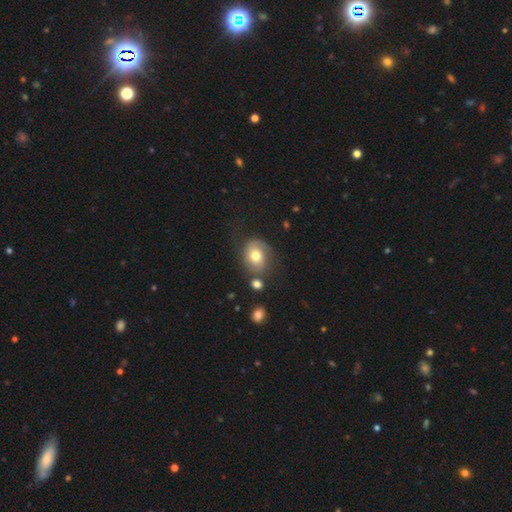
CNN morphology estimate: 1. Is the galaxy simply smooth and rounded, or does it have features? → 47% featured or disk, 44% smooth, 9% star or artifact.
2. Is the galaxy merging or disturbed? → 60% none, 21% minor disturbance, 13% major disturbance, 6% merger.